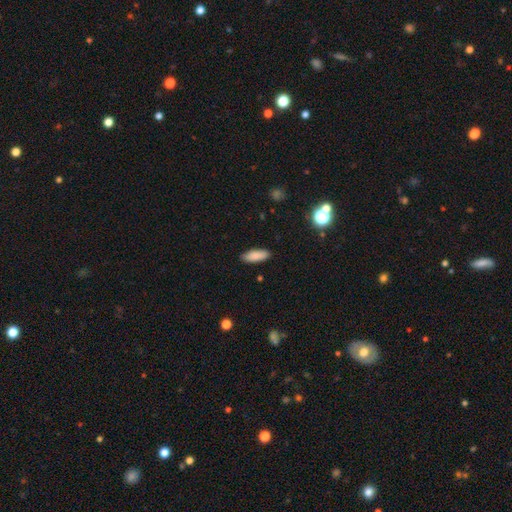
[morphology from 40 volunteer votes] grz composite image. It shows a smooth galaxy with no disk features (92%) that is in between round and cigar-shaped (70%). Merging: none (82%).